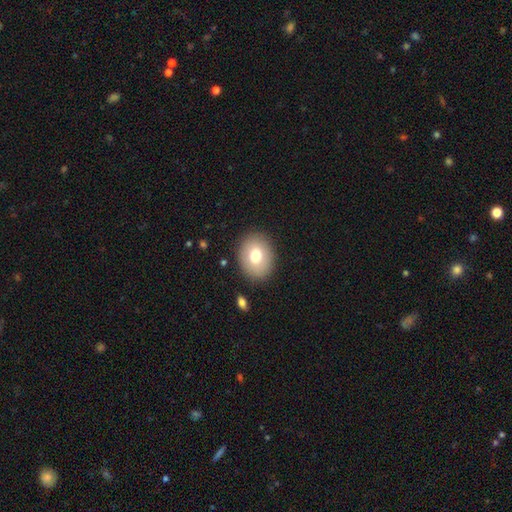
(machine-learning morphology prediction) smooth 74%, featured or disk 17%, star or artifact 9%. Down the decision tree: how rounded — in between (53%); merging — none (88%).